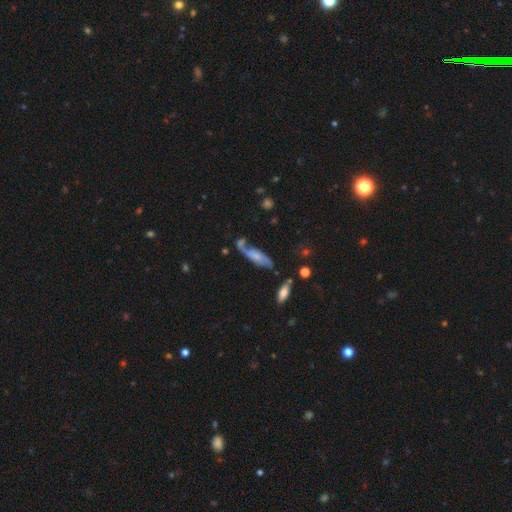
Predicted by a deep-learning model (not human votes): Smooth or featured?
  - featured or disk: 54% *
  - smooth: 38%
  - star or artifact: 8%
Edge-on disk?
  - no: 73% *
  - yes: 27%
Merging?
  - none: 39% *
  - minor disturbance: 23%
  - merger: 21%
  - major disturbance: 17%